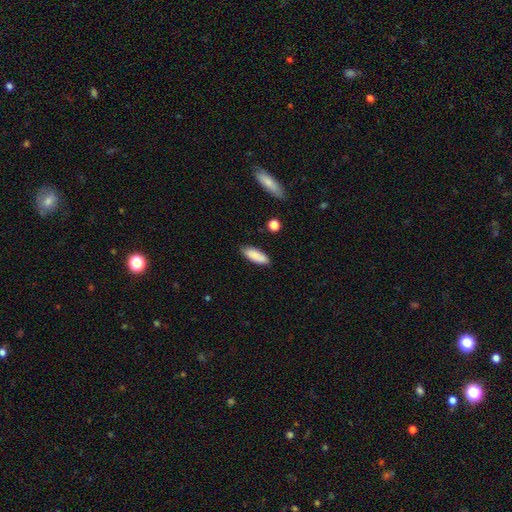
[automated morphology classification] Smooth or featured?
  - smooth: 86% *
  - featured or disk: 7%
  - star or artifact: 6%
How rounded?
  - in between: 72% *
  - cigar-shaped: 27%
  - round: 2%
Merging?
  - none: 82% *
  - minor disturbance: 13%
  - major disturbance: 2%
  - merger: 2%